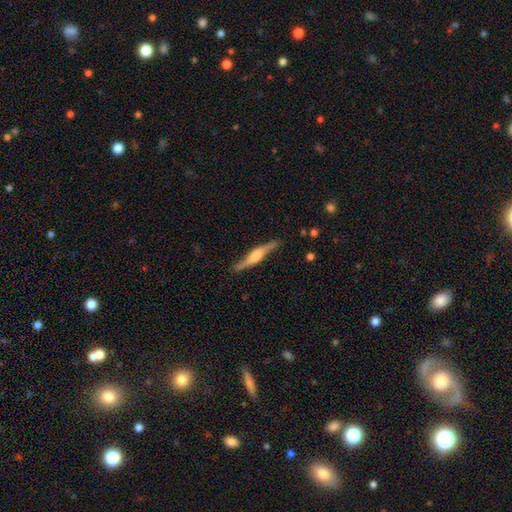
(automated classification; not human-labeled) smooth_or_featured: featured or disk (p=0.65) [alt: smooth p=0.29]
disk_edge_on: yes (p=0.90) [alt: no p=0.10]
edge_on_bulge: rounded (p=0.60) [alt: boxy p=0.29]
merging: none (p=0.82) [alt: minor disturbance p=0.13]